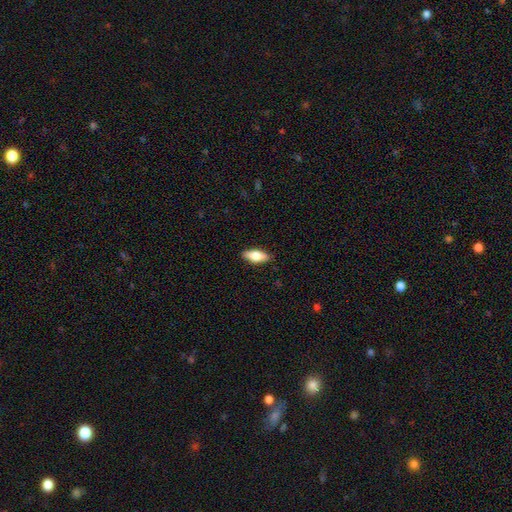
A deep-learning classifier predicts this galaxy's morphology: Smooth or featured? Predicted: smooth (p=0.66). How rounded? Predicted: in between (p=0.73). Merging? Predicted: none (p=0.88).